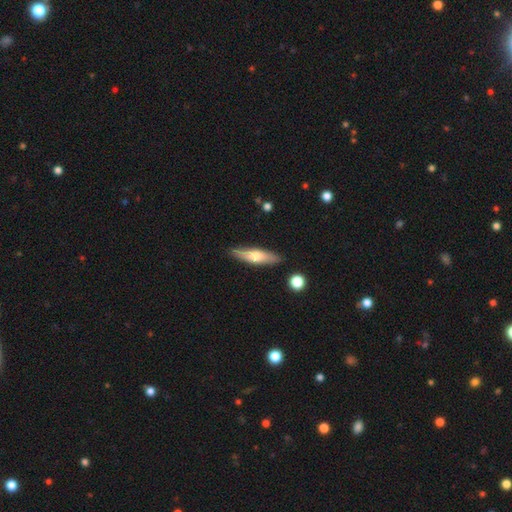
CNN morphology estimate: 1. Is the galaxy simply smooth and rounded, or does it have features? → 54% smooth, 40% featured or disk, 6% star or artifact.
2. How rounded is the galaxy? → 69% cigar-shaped, 28% in between, 2% round.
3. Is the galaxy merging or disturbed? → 85% none, 11% minor disturbance, 2% merger, 2% major disturbance.